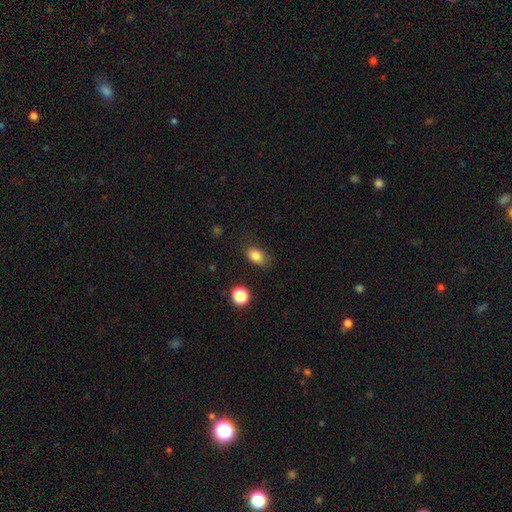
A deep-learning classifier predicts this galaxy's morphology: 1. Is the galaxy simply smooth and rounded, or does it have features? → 83% smooth, 10% star or artifact, 7% featured or disk.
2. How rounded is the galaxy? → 82% in between, 16% round, 2% cigar-shaped.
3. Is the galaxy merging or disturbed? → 77% none, 16% minor disturbance, 4% major disturbance, 2% merger.